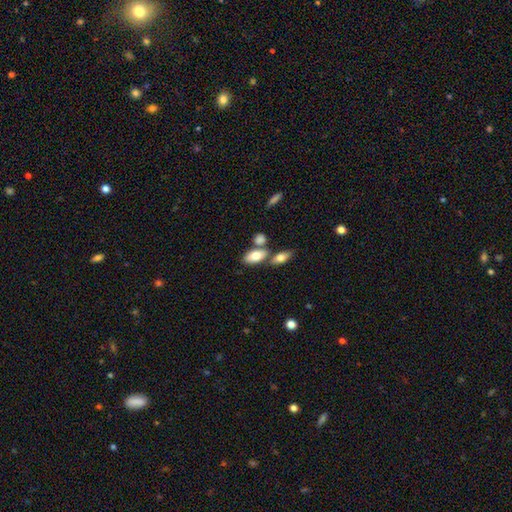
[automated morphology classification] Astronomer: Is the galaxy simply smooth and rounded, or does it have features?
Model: smooth — 75%.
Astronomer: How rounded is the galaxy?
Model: in between — 90%.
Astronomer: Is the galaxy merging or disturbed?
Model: none — 52% (runner-up: merger, 33%).